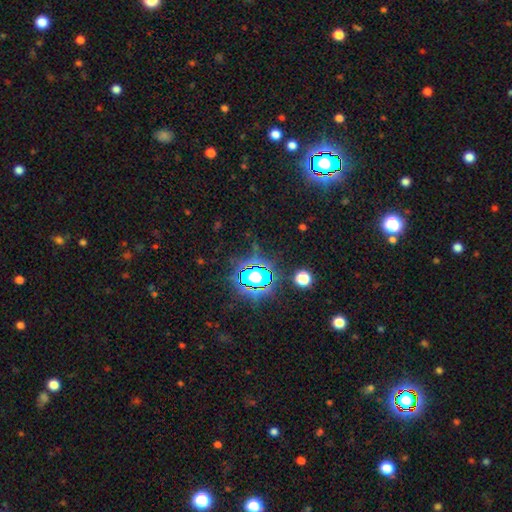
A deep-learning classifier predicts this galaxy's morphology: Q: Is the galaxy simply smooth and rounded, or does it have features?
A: star or artifact — 80%.